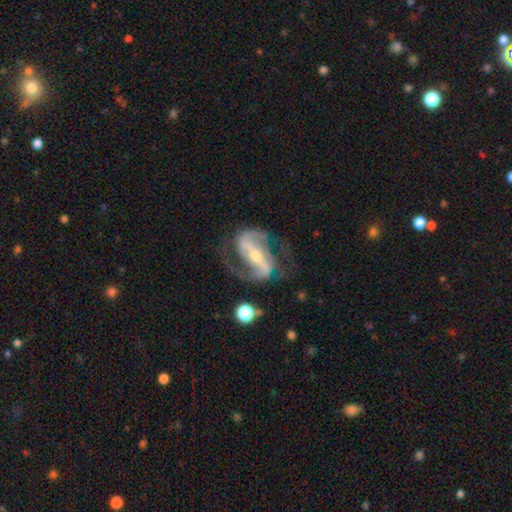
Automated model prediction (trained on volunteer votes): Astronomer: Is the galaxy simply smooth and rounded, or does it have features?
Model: featured or disk — 91%.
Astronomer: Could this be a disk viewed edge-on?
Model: no — 96%.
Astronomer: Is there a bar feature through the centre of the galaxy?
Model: strong — 72%.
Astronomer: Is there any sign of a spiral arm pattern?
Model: yes — 96%.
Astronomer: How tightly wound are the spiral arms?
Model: medium — 56%.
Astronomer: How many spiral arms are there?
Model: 2 — 92%.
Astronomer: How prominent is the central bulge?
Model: moderate — 49% (runner-up: small, 46%).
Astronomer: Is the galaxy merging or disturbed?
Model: none — 74%.